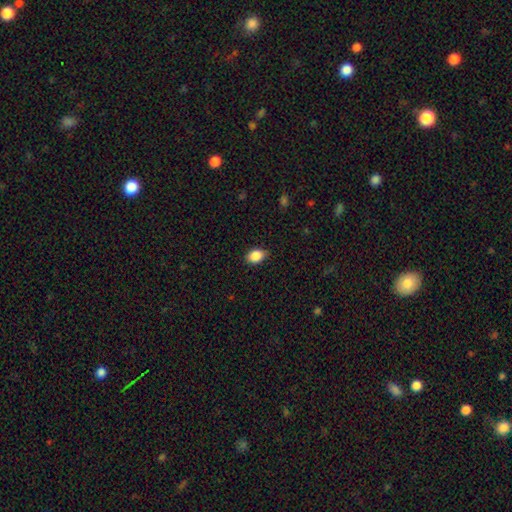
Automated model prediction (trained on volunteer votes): The model was most divided on "how rounded": in between: 77%, round: 22%, cigar-shaped: 1%. More confident: smooth or featured — smooth (88%); merging — none (83%).